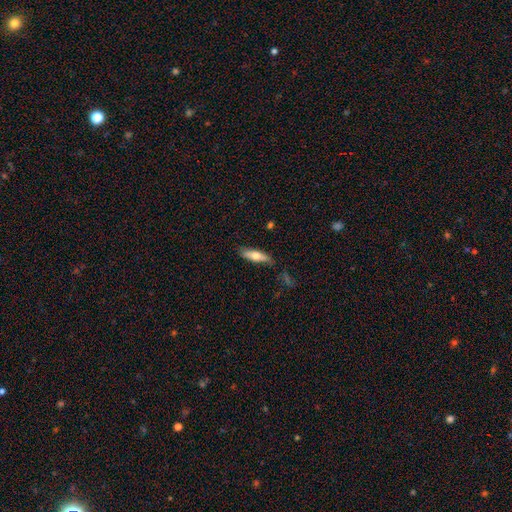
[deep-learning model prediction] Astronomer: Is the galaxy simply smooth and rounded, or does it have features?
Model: smooth — 62%.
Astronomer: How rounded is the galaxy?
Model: cigar-shaped — 60% (runner-up: in between, 37%).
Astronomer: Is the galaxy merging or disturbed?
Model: none — 79%.